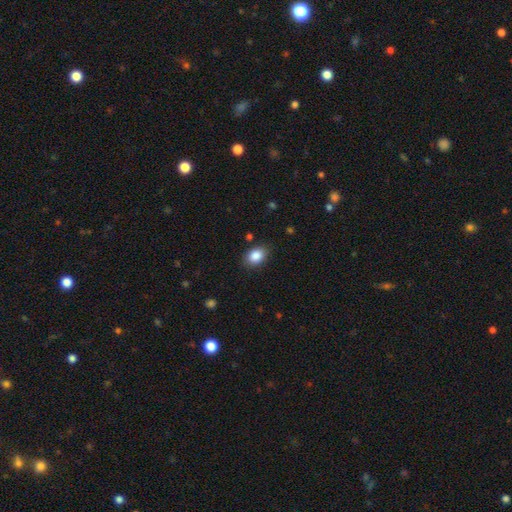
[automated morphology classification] Q: Smooth or featured?
A: smooth (87%); runner-up: star or artifact (8%)
Q: How rounded?
A: in between (73%); runner-up: round (26%)
Q: Merging?
A: none (83%); runner-up: minor disturbance (12%)